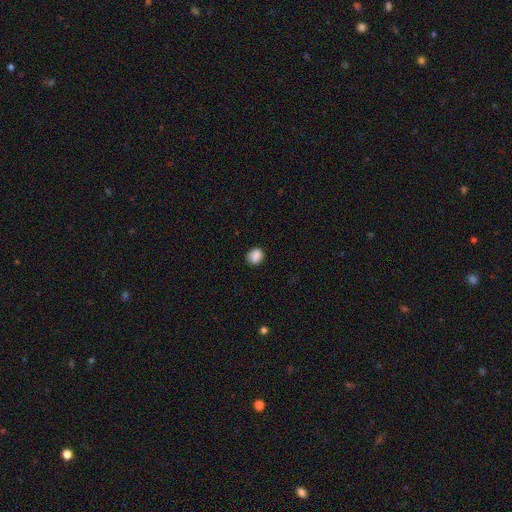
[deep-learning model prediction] Overall: smooth (86%). How rounded: round (65%; in between 34%). Merging: none (81%).